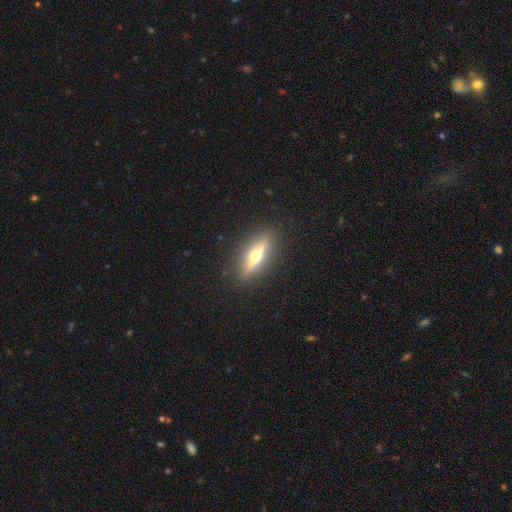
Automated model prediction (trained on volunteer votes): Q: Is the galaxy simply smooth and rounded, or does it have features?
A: featured or disk — 66%.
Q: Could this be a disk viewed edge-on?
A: yes — 93%.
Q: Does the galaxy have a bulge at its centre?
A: rounded — 95%.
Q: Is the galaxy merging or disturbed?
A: none — 90%.